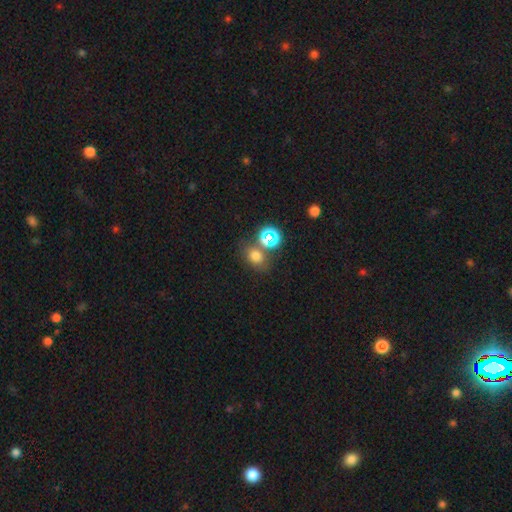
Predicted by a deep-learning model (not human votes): The model was most divided on "how rounded": in between: 51%, round: 48%, cigar-shaped: 1%. More confident: smooth or featured — smooth (66%); merging — none (61%).